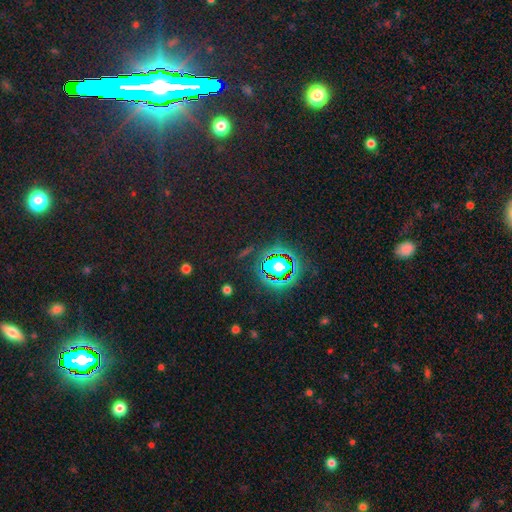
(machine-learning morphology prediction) The model was most divided on "smooth or featured": star or artifact: 81%, smooth: 10%, featured or disk: 9%.